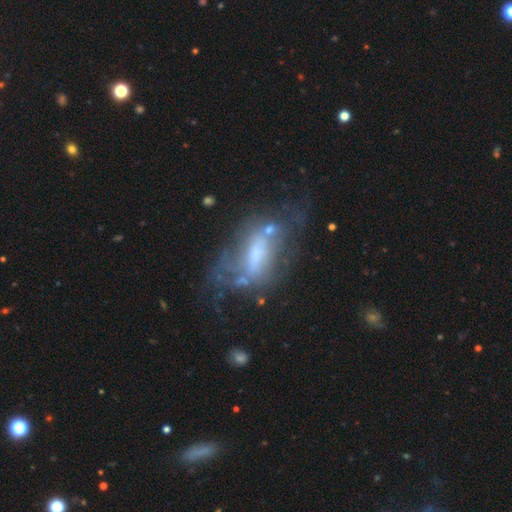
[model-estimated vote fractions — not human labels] Smooth or featured?
  - featured or disk: 58% *
  - smooth: 30%
  - star or artifact: 12%
Edge-on disk?
  - no: 87% *
  - yes: 13%
Bar?
  - no: 44% *
  - weak: 33%
  - strong: 22%
Spiral arms?
  - no: 65% *
  - yes: 35%
Bulge size?
  - moderate: 36% *
  - small: 32%
  - none: 18%
  - large: 11%
  - dominant: 2%
Merging?
  - none: 34% *
  - major disturbance: 31%
  - minor disturbance: 22%
  - merger: 14%